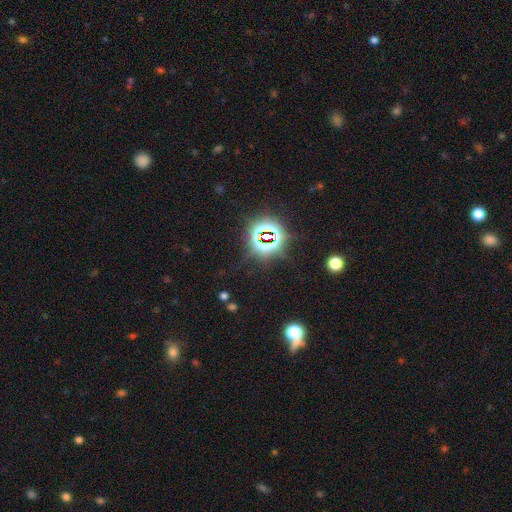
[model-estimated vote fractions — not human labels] Smooth or featured? Predicted: star or artifact (p=0.80).